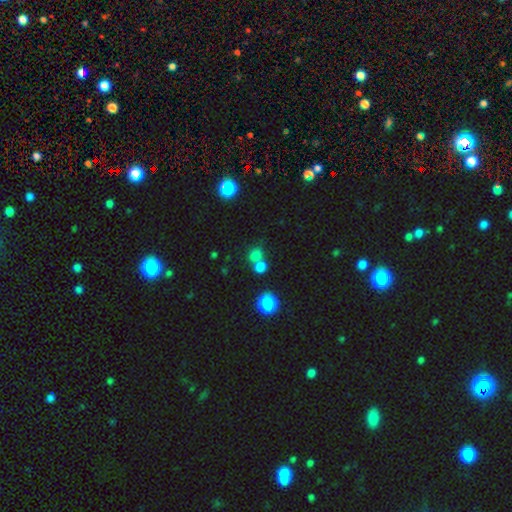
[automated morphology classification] Smooth or featured?
  - smooth: 72% *
  - star or artifact: 20%
  - featured or disk: 8%
How rounded?
  - round: 72% *
  - in between: 27%
  - cigar-shaped: 1%
Merging?
  - none: 47% *
  - merger: 41%
  - minor disturbance: 8%
  - major disturbance: 4%